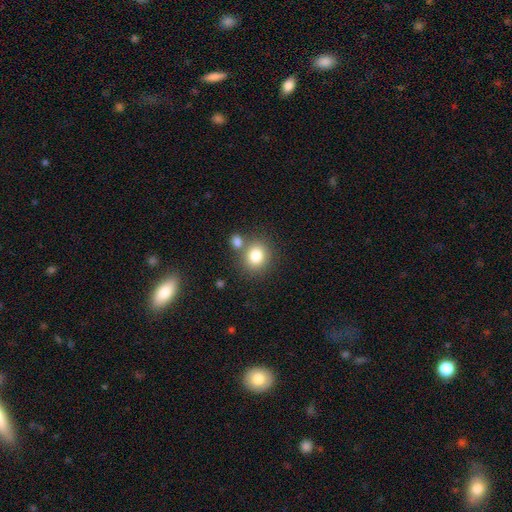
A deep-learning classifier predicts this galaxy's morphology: A smooth galaxy with no disk features (81%) that is round (76%).

Vote fractions:
- Smooth or featured? smooth: 81% / star or artifact: 11% / featured or disk: 8%
- How rounded? round: 76% / in between: 23% / cigar-shaped: 1%
- Merging? none: 65% / merger: 21% / minor disturbance: 10% / major disturbance: 4%